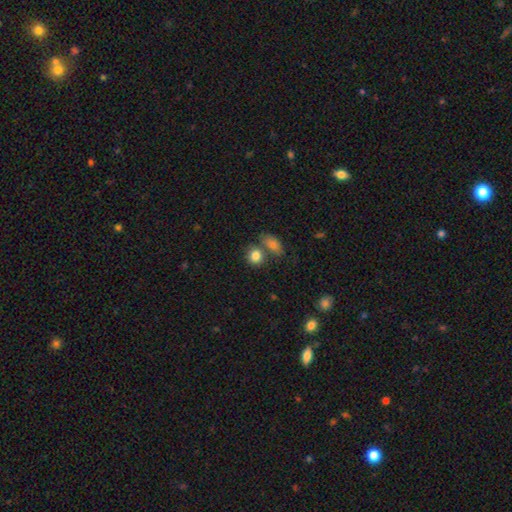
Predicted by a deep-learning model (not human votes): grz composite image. It shows a smooth galaxy with no disk features (83%) that is round (67%). Merging: none (53%).